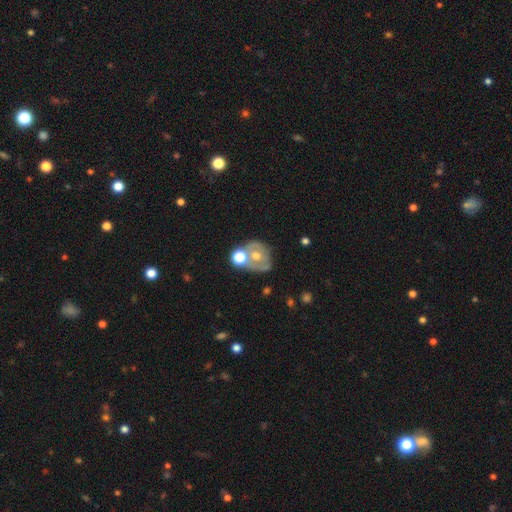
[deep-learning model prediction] Q: Smooth or featured?
A: featured or disk (50%); runner-up: smooth (38%)
Q: Edge-on disk?
A: no (95%); runner-up: yes (5%)
Q: Merging?
A: none (48%); runner-up: merger (26%)